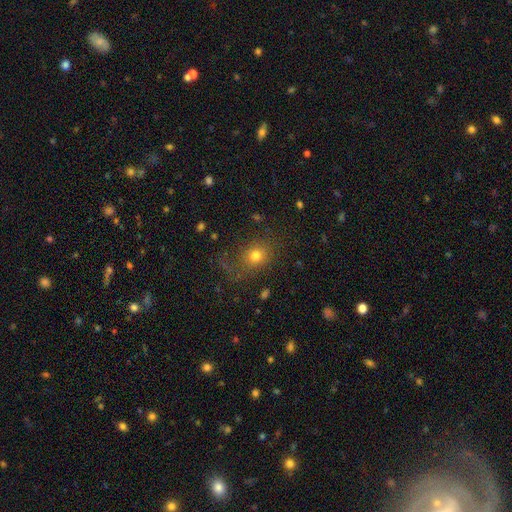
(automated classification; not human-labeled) This is likely a smooth galaxy (74%). How rounded: likely round (65%). Merging: likely none (67%).